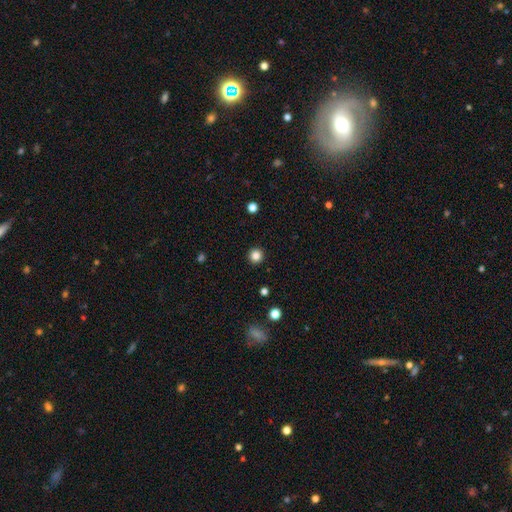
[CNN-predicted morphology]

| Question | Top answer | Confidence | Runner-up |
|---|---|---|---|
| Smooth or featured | smooth | 84% | star or artifact (12%) |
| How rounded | round | 96% | in between (3%) |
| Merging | none | 93% | minor disturbance (4%) |